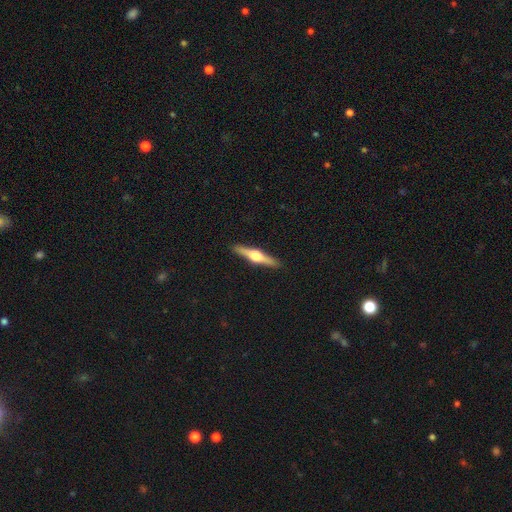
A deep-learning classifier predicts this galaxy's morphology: This is likely a featured or disk galaxy (73%). It is clearly viewed edge-on (98%). Edge-on bulge: clearly rounded (96%). Merging: clearly none (92%).